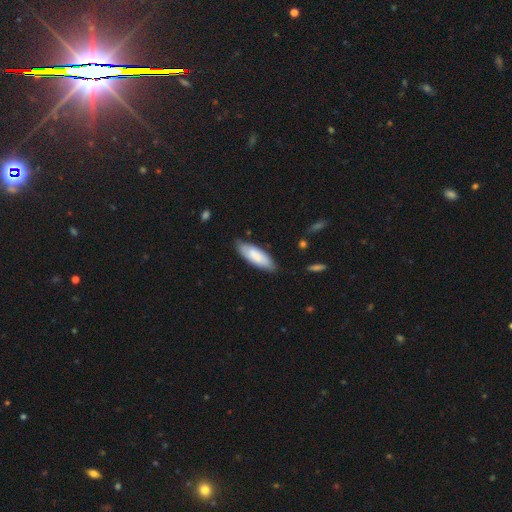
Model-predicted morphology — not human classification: type=smooth (79%); roundness=in between (65%); merging=none (80%).